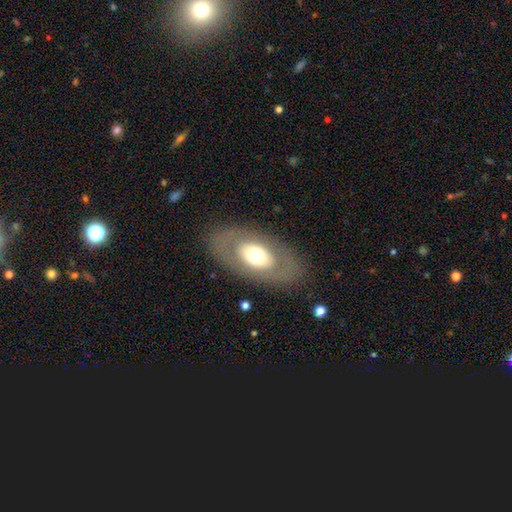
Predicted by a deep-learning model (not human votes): Smooth or featured?
  - smooth: 50% *
  - featured or disk: 43%
  - star or artifact: 7%
How rounded?
  - in between: 89% *
  - round: 9%
  - cigar-shaped: 2%
Merging?
  - none: 82% *
  - minor disturbance: 10%
  - major disturbance: 6%
  - merger: 1%